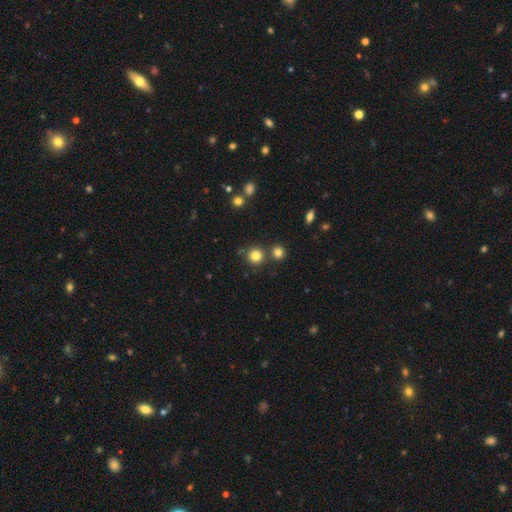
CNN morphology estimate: Smooth or featured? Predicted: smooth (p=0.81). How rounded? Predicted: round (p=0.93). Merging? Predicted: none (p=0.81).